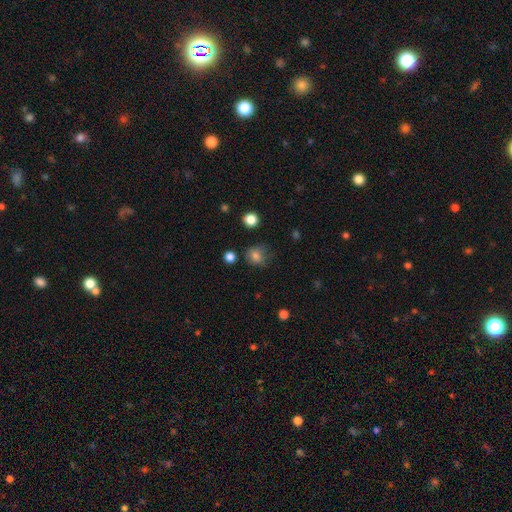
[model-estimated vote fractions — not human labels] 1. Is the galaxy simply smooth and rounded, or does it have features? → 80% smooth, 13% star or artifact, 7% featured or disk.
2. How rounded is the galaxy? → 77% round, 22% in between, 1% cigar-shaped.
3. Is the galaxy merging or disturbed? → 66% none, 22% minor disturbance, 8% major disturbance, 3% merger.